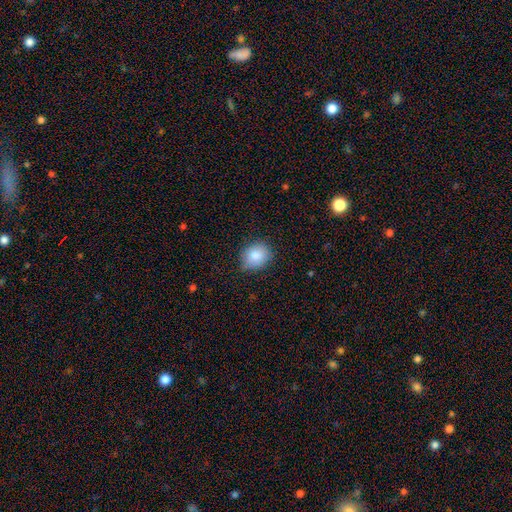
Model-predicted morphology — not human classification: The model was most divided on "how rounded": round: 64%, in between: 35%, cigar-shaped: 1%. More confident: smooth or featured — smooth (85%); merging — none (77%).